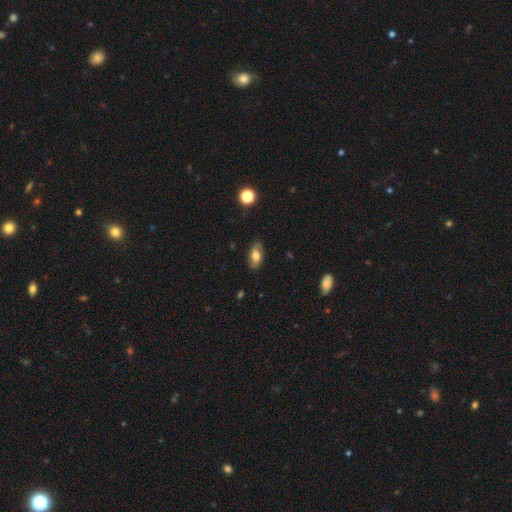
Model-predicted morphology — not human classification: This is likely a smooth galaxy (62%). How rounded: clearly in between (86%). Merging: clearly none (81%).